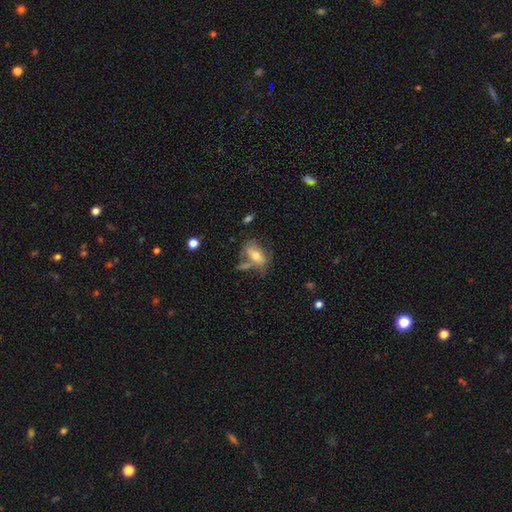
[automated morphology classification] Smooth or featured: smooth — 59% (featured or disk — 31%)
How rounded: in between — 84% (cigar-shaped — 9%)
Merging: none — 46% (merger — 22%)